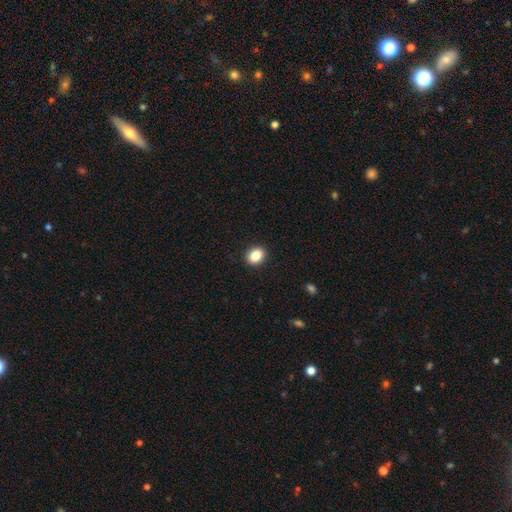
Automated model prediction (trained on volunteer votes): A smooth galaxy with no disk features (86%) that is in between round and cigar-shaped (56%).

Vote fractions:
- Smooth or featured? smooth: 86% / star or artifact: 9% / featured or disk: 5%
- How rounded? in between: 56% / round: 43% / cigar-shaped: 1%
- Merging? none: 91% / minor disturbance: 6% / major disturbance: 2% / merger: 1%